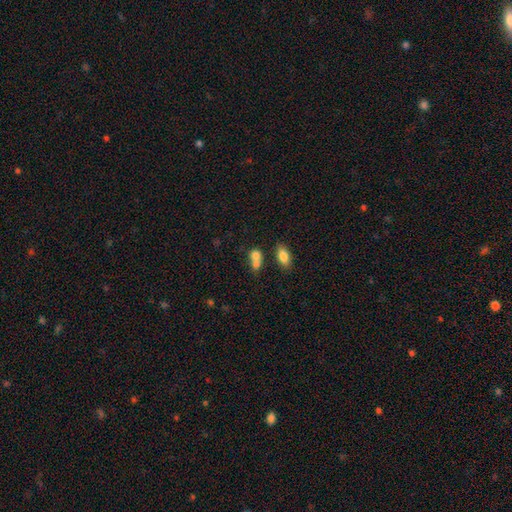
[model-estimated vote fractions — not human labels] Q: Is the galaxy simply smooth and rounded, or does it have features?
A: smooth — 77%.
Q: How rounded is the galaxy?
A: in between — 56%.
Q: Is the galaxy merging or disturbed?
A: merger — 58%.